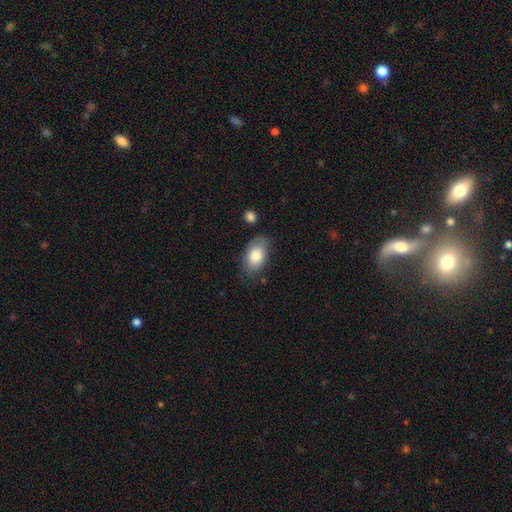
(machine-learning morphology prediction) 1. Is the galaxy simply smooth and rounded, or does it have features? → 82% smooth, 11% featured or disk, 7% star or artifact.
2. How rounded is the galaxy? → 92% in between, 6% round, 2% cigar-shaped.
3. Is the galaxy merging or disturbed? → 72% none, 20% minor disturbance, 5% major disturbance, 3% merger.